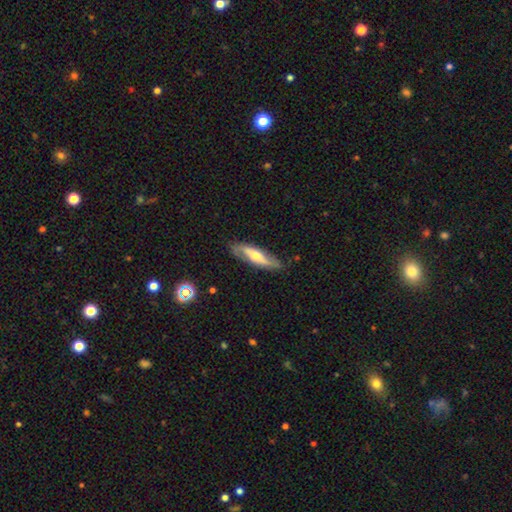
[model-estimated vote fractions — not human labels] Morphology: type=featured or disk (63%); edge-on=no (59%); merging=none (76%).